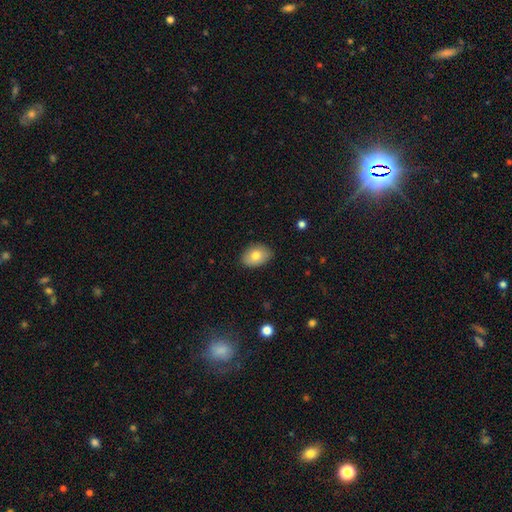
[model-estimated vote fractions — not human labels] A smooth galaxy with no disk features (78%) that is in between round and cigar-shaped (81%). Merging: none (84%).